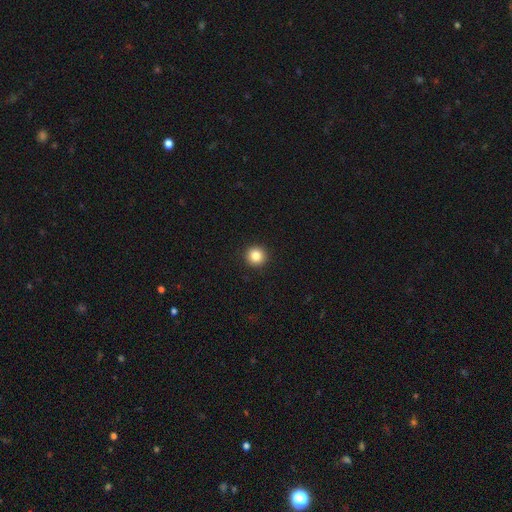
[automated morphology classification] type=smooth (85%); roundness=round (95%); merging=none (93%).